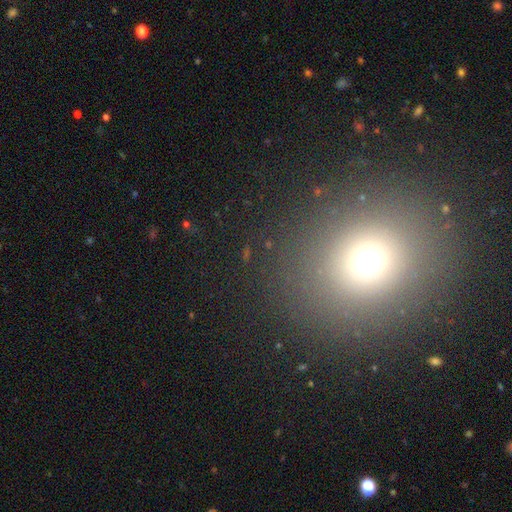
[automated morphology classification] smooth-or-featured: smooth: 65% | star or artifact: 26% | featured or disk: 9%
  how-rounded: round: 77% | in between: 21% | cigar-shaped: 1%
  merging: none: 88% | minor disturbance: 6% | major disturbance: 3% | merger: 2%